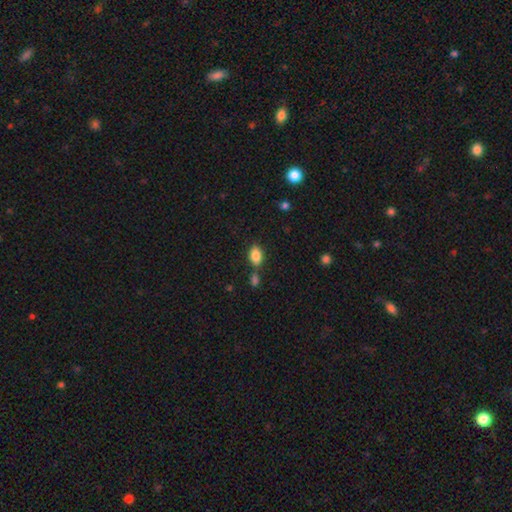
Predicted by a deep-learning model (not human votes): A smooth galaxy with no disk features (84%) that is in between round and cigar-shaped (87%).

Vote fractions:
- Smooth or featured? smooth: 84% / star or artifact: 9% / featured or disk: 7%
- How rounded? in between: 87% / round: 10% / cigar-shaped: 2%
- Merging? none: 68% / merger: 16% / minor disturbance: 13% / major disturbance: 4%